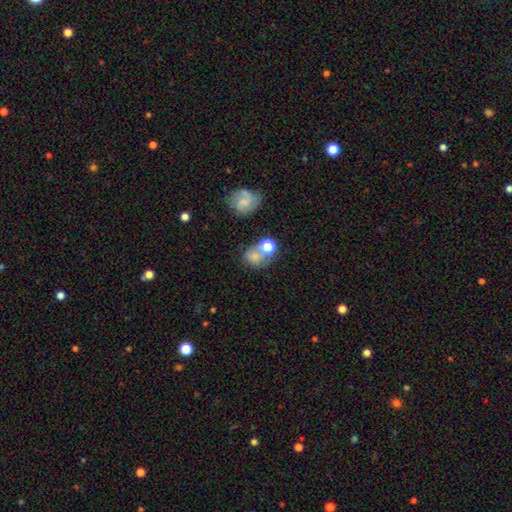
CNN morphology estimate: Q: Smooth or featured?
A: smooth (67%); runner-up: featured or disk (18%)
Q: How rounded?
A: round (66%); runner-up: in between (33%)
Q: Merging?
A: none (43%); runner-up: merger (34%)